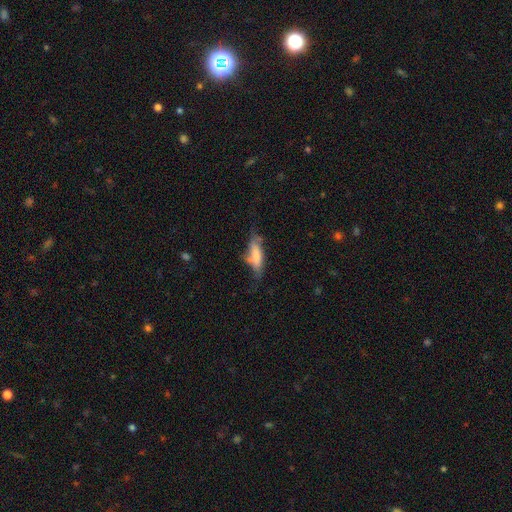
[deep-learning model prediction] A smooth galaxy with no disk features (64%) that is in between round and cigar-shaped (52%).

Vote fractions:
- Smooth or featured? smooth: 64% / featured or disk: 28% / star or artifact: 8%
- How rounded? in between: 52% / cigar-shaped: 46% / round: 2%
- Merging? none: 40% / minor disturbance: 32% / major disturbance: 20% / merger: 7%